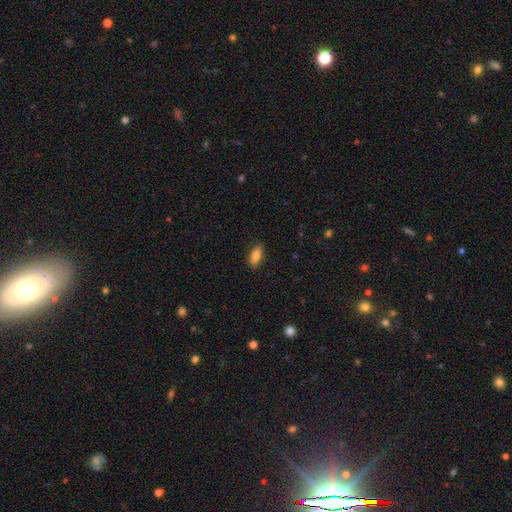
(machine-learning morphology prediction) This is clearly a smooth galaxy (83%). How rounded: clearly in between (83%). Merging: clearly none (85%).